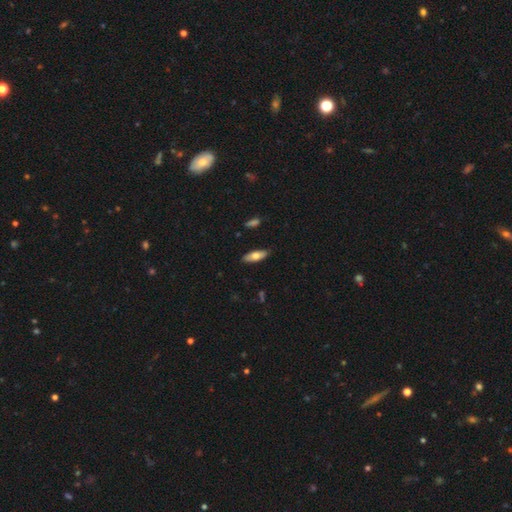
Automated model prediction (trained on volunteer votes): Smooth or featured? smooth (67%)
How rounded? in between (67%)
Merging? none (87%)